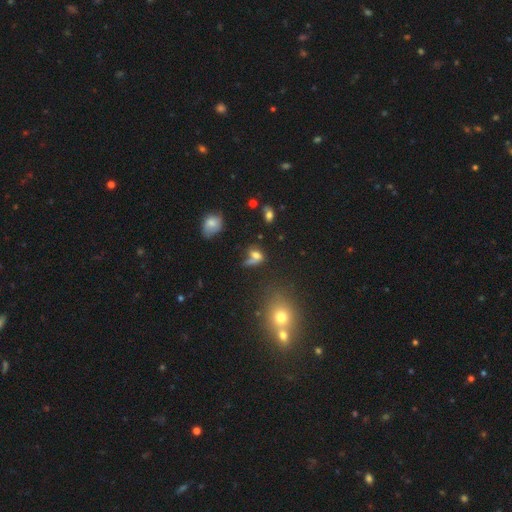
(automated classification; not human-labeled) The model was most divided on "merging": none: 29%, major disturbance: 27%, merger: 26%, minor disturbance: 19%. More confident: how rounded — in between (62%); smooth or featured — smooth (61%).